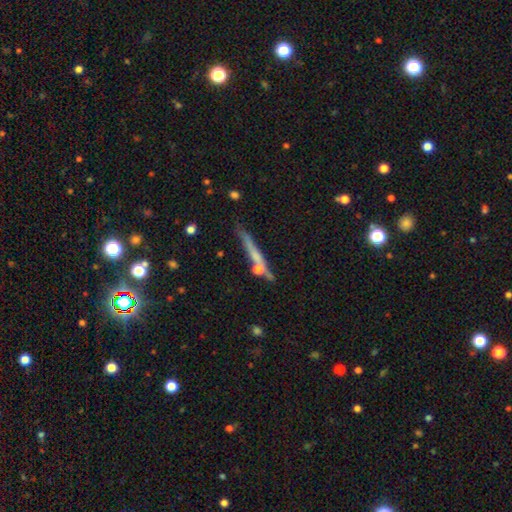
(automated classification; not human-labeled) This is possibly a smooth galaxy (46%). Merging: likely none (65%).